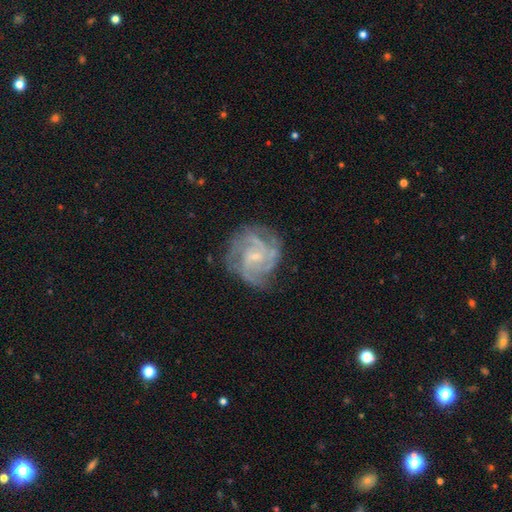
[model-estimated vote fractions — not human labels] Smooth or featured: featured or disk — 86% (smooth — 8%)
Edge-on disk: no — 98% (yes — 2%)
Bar: no — 49% (weak — 43%)
Spiral arms: yes — 96% (no — 4%)
Spiral winding: tight — 52% (medium — 41%)
Spiral arm count: 3 — 36% (can't tell — 19%)
Bulge size: small — 67% (moderate — 23%)
Merging: none — 71% (minor disturbance — 19%)